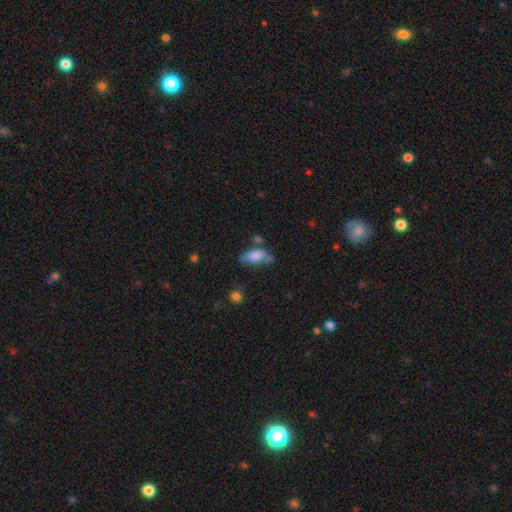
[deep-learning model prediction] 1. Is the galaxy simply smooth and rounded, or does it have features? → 77% smooth, 15% featured or disk, 8% star or artifact.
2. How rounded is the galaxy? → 79% in between, 18% cigar-shaped, 3% round.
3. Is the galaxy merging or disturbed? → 46% none, 27% minor disturbance, 16% merger, 11% major disturbance.